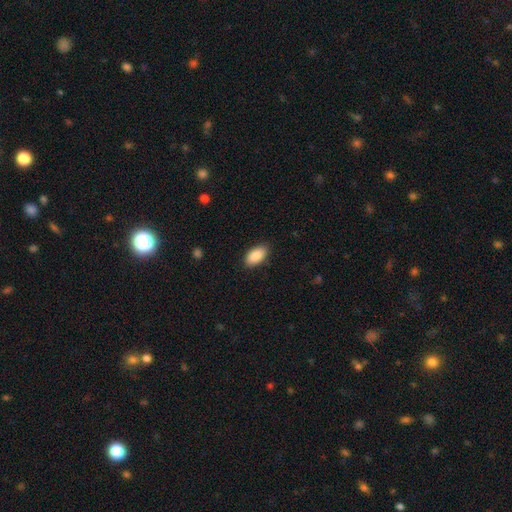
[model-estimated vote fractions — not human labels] Q: Smooth or featured?
A: smooth (89%); runner-up: star or artifact (6%)
Q: How rounded?
A: in between (95%); runner-up: round (3%)
Q: Merging?
A: none (87%); runner-up: minor disturbance (10%)